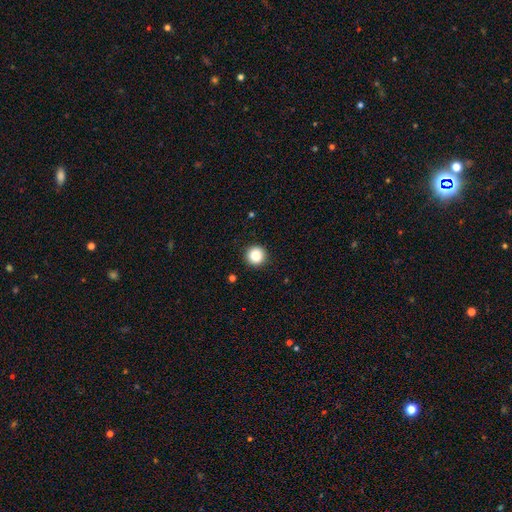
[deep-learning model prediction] Smooth or featured: smooth — 86% (star or artifact — 10%)
How rounded: round — 96% (in between — 3%)
Merging: none — 92% (minor disturbance — 5%)